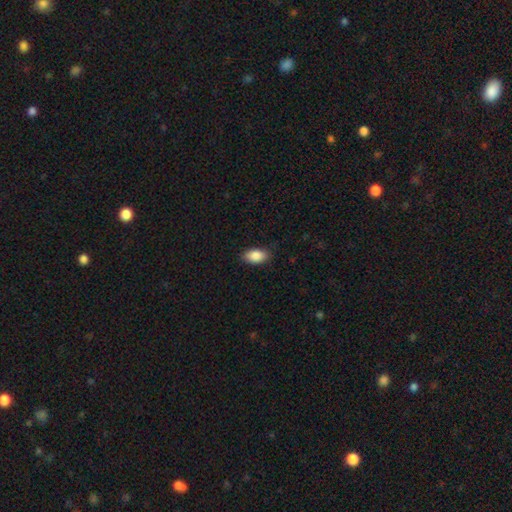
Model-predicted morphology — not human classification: Smooth or featured: smooth — 88% (star or artifact — 7%)
How rounded: in between — 93% (round — 4%)
Merging: none — 86% (minor disturbance — 11%)